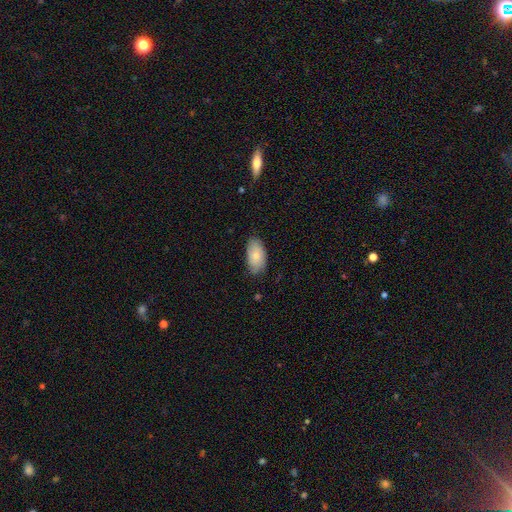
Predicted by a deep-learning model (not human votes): Smooth or featured? smooth (80%)
How rounded? in between (95%)
Merging? none (78%)